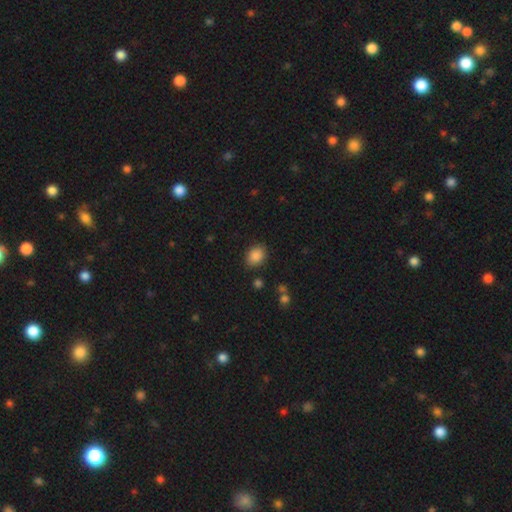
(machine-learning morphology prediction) The model was most divided on "how rounded": in between: 63%, round: 36%, cigar-shaped: 1%. More confident: smooth or featured — smooth (87%); merging — none (86%).